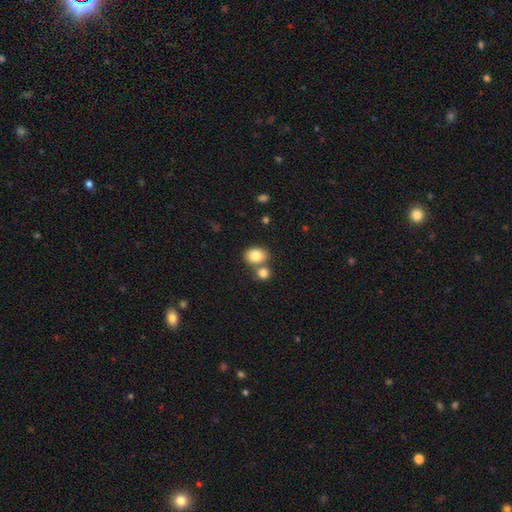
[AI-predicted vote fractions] smooth_or_featured: smooth (p=0.83) [alt: featured or disk p=0.09]
how_rounded: in between (p=0.55) [alt: round p=0.44]
merging: none (p=0.54) [alt: merger p=0.33]